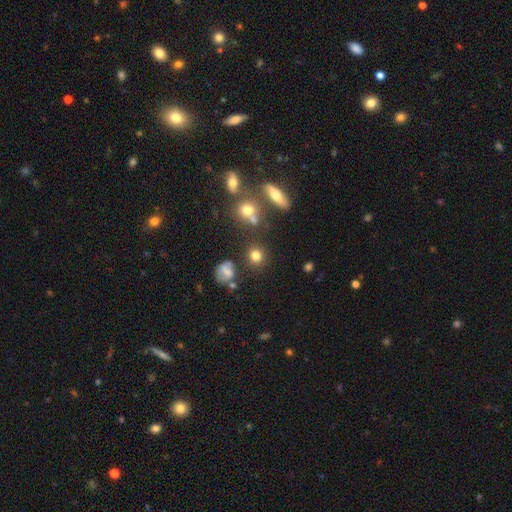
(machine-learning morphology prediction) Smooth or featured? smooth (76%)
How rounded? round (84%)
Merging? none (77%)